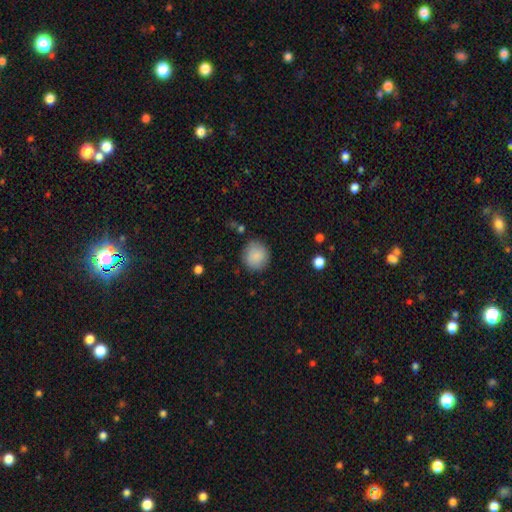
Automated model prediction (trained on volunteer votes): smooth-or-featured: smooth: 87% | star or artifact: 7% | featured or disk: 6%
  how-rounded: round: 91% | in between: 8% | cigar-shaped: 1%
  merging: none: 85% | minor disturbance: 10% | major disturbance: 3% | merger: 1%